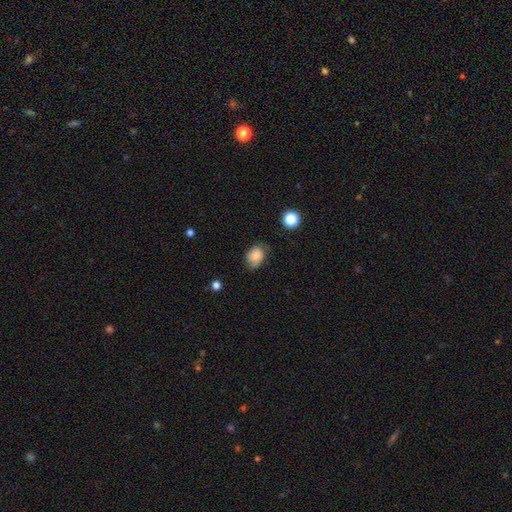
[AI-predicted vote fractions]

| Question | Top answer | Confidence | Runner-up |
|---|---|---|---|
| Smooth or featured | smooth | 80% | featured or disk (10%) |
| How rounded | in between | 61% | round (38%) |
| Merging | none | 57% | minor disturbance (33%) |